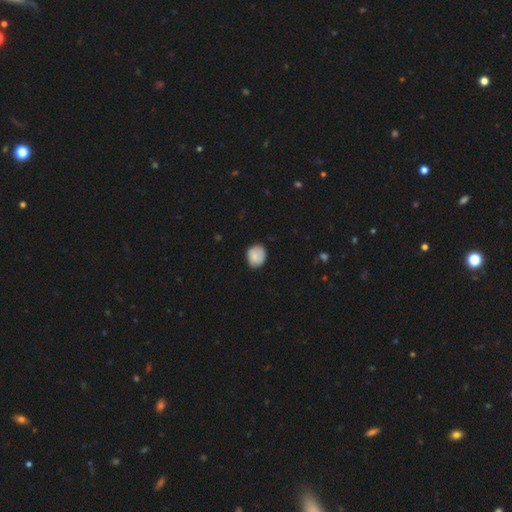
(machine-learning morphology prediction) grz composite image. It shows a smooth galaxy with no disk features (80%) that is round (64%). Merging: none (71%).